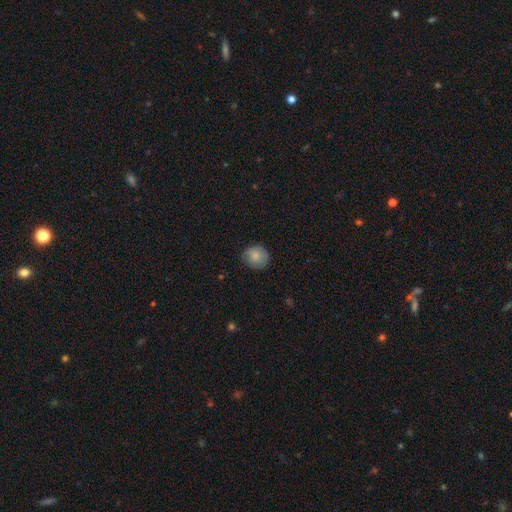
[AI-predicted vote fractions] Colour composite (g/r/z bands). It shows a smooth galaxy with no disk features (83%) that is round (83%). Merging: none (78%).